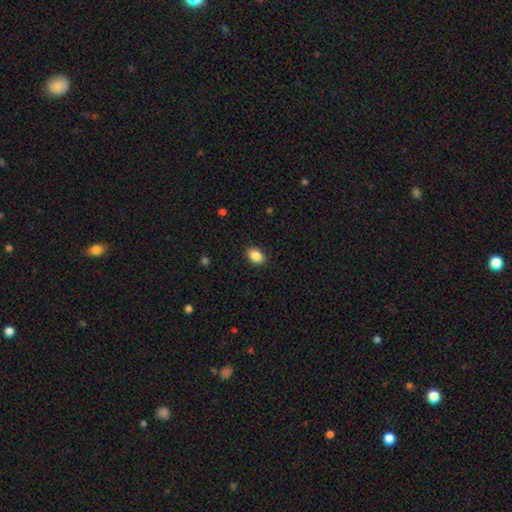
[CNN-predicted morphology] Smooth or featured? smooth (87%)
How rounded? in between (83%)
Merging? none (88%)